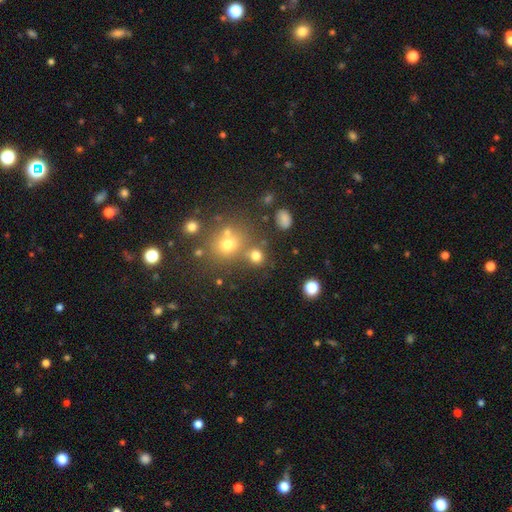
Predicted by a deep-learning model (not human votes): smooth 73%, star or artifact 18%, featured or disk 8%. Down the decision tree: how rounded — round (81%); merging — none (65%).